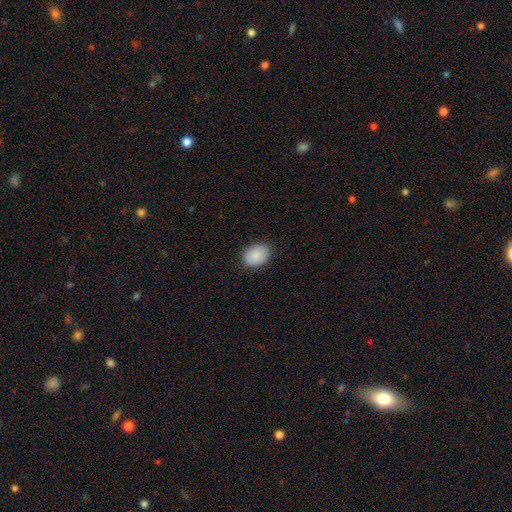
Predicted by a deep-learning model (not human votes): This appears to be a smooth galaxy with no disk features (89%) that is in between round and cigar-shaped (69%). Merging: none (84%).